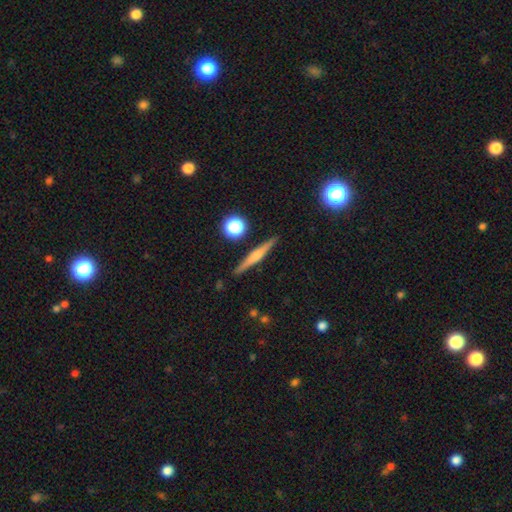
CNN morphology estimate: A featured or disk galaxy (61%) viewed edge-on (98%) with a rounded central bulge (67%).

Vote fractions:
- Smooth or featured? featured or disk: 61% / smooth: 31% / star or artifact: 8%
- Edge-on disk? yes: 98% / no: 2%
- Edge-on bulge? rounded: 67% / none: 17% / boxy: 16%
- Merging? none: 90% / minor disturbance: 7% / merger: 2% / major disturbance: 2%